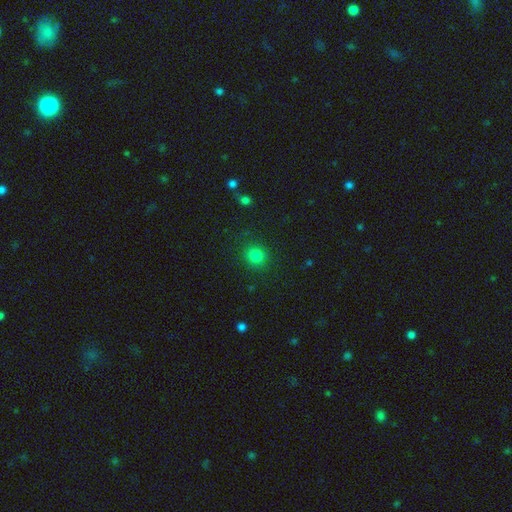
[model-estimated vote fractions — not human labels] Morphology: type=smooth (82%); roundness=round (87%); merging=none (88%).